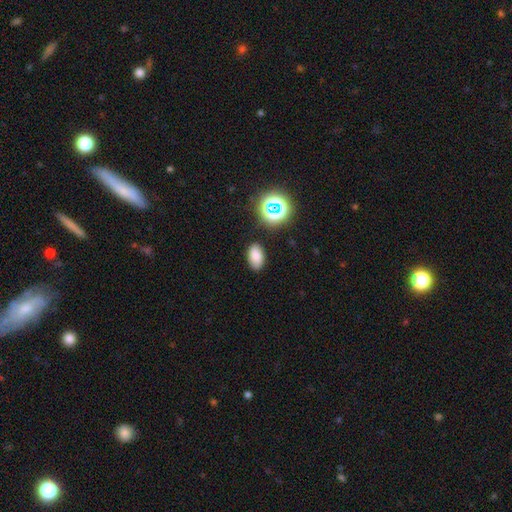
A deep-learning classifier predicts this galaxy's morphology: A smooth galaxy with no disk features (77%) that is in between round and cigar-shaped (90%).

Vote fractions:
- Smooth or featured? smooth: 77% / star or artifact: 14% / featured or disk: 9%
- How rounded? in between: 90% / round: 9% / cigar-shaped: 1%
- Merging? none: 83% / minor disturbance: 12% / major disturbance: 3% / merger: 2%